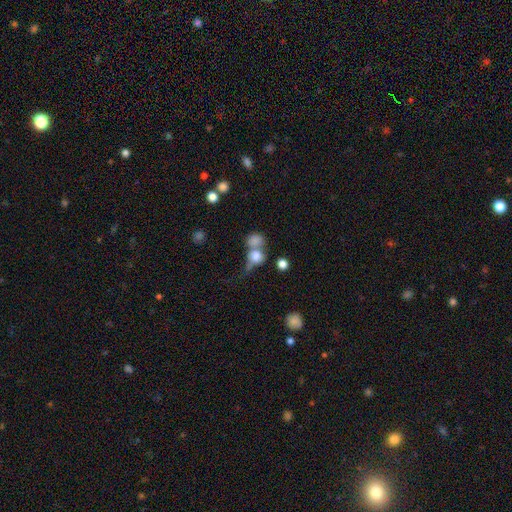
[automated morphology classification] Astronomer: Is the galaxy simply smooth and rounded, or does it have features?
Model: smooth — 75%.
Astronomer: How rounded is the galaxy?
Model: round — 71%.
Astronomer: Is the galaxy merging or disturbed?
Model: merger — 52%.